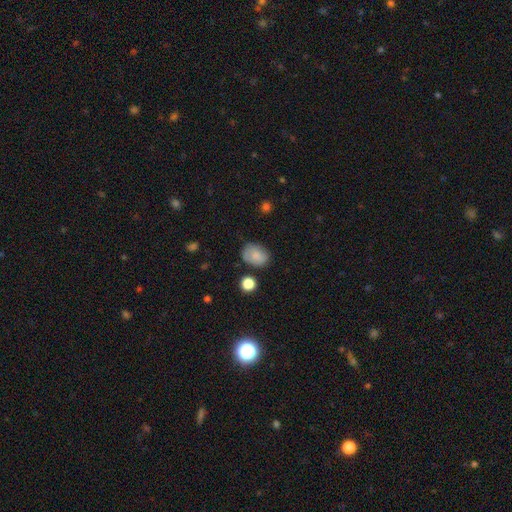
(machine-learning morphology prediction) Smooth or featured?
  - smooth: 77% *
  - featured or disk: 15%
  - star or artifact: 9%
How rounded?
  - in between: 67% *
  - round: 32%
  - cigar-shaped: 1%
Merging?
  - none: 69% *
  - minor disturbance: 22%
  - major disturbance: 6%
  - merger: 4%